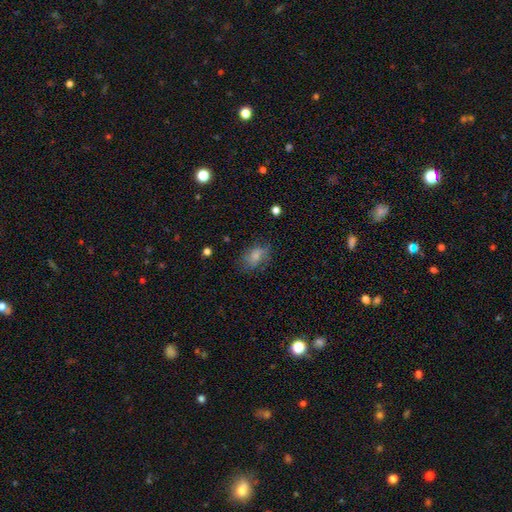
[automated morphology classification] smooth_or_featured: smooth (p=0.73) [alt: featured or disk p=0.17]
how_rounded: in between (p=0.81) [alt: round p=0.16]
merging: none (p=0.64) [alt: minor disturbance p=0.23]